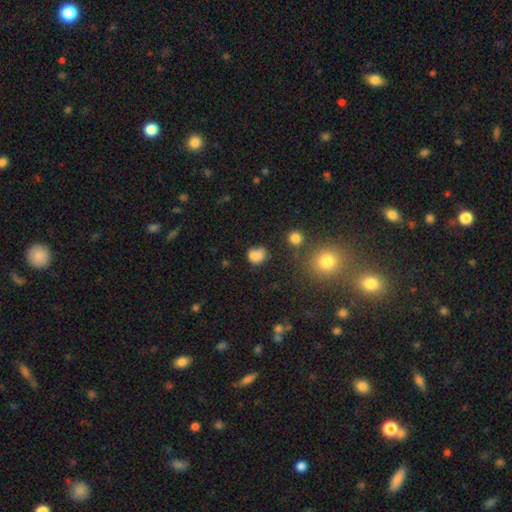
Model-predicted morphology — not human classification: A smooth galaxy with no disk features (75%) that is round (59%).

Vote fractions:
- Smooth or featured? smooth: 75% / star or artifact: 14% / featured or disk: 12%
- How rounded? round: 59% / in between: 39% / cigar-shaped: 1%
- Merging? none: 44% / merger: 25% / minor disturbance: 20% / major disturbance: 10%